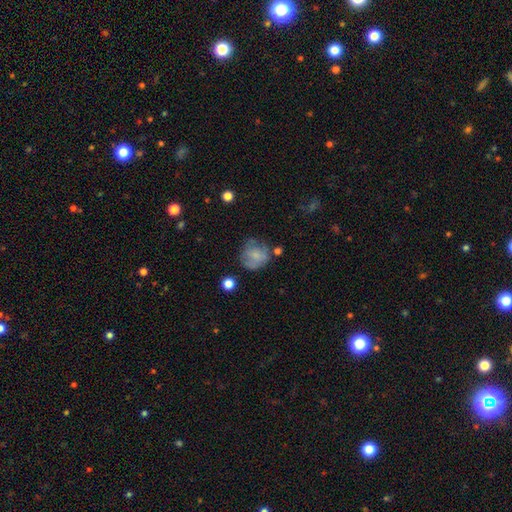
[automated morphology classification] smooth_or_featured: smooth (p=0.67) [alt: featured or disk p=0.24]
how_rounded: round (p=0.81) [alt: in between p=0.18]
merging: none (p=0.55) [alt: minor disturbance p=0.26]